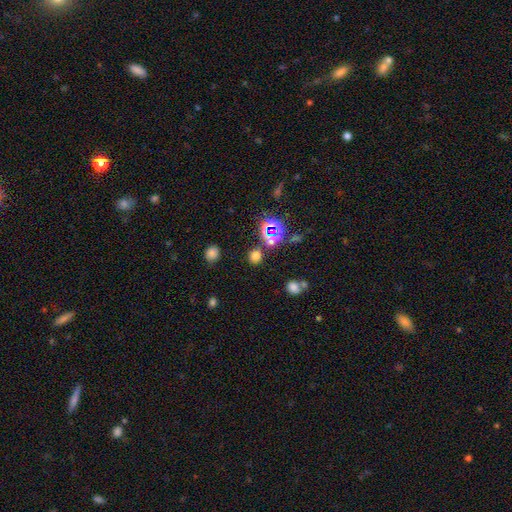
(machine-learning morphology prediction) type=smooth (64%); roundness=round (87%); merging=none (81%).